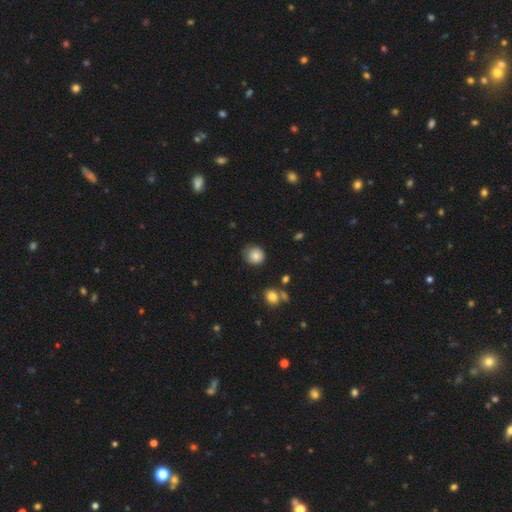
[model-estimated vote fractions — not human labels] smooth 84%, star or artifact 10%, featured or disk 6%. Down the decision tree: how rounded — round (86%); merging — none (77%).